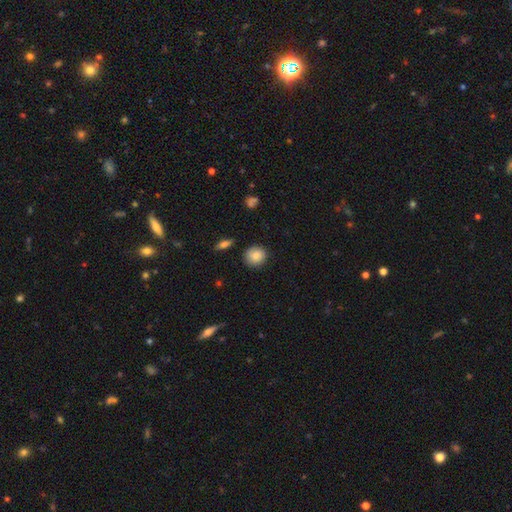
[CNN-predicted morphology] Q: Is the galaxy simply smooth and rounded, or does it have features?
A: smooth — 87%.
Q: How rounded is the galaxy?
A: round — 87%.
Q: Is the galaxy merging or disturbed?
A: none — 86%.